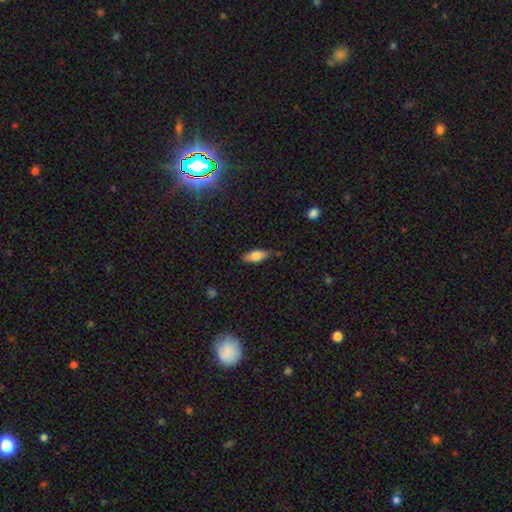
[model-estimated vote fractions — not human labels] Smooth or featured? smooth (77%)
How rounded? in between (77%)
Merging? none (79%)